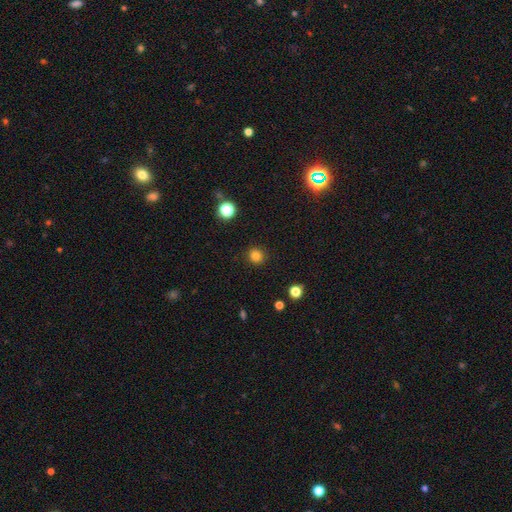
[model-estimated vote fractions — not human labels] This is clearly a smooth galaxy (82%). How rounded: clearly round (92%). Merging: clearly none (91%).